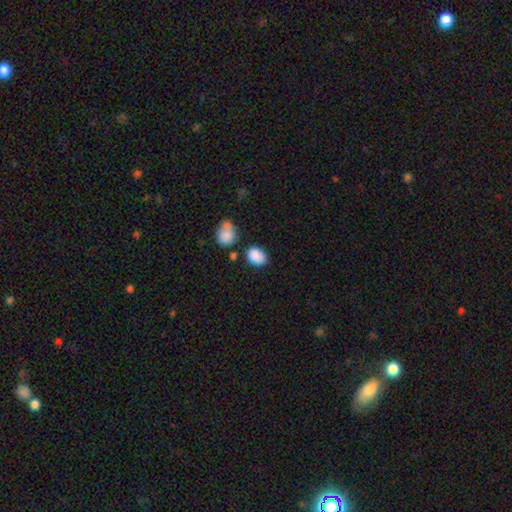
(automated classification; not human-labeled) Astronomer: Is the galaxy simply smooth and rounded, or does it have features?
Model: smooth — 88%.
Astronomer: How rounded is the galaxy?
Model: in between — 75%.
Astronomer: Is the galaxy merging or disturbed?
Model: none — 72%.